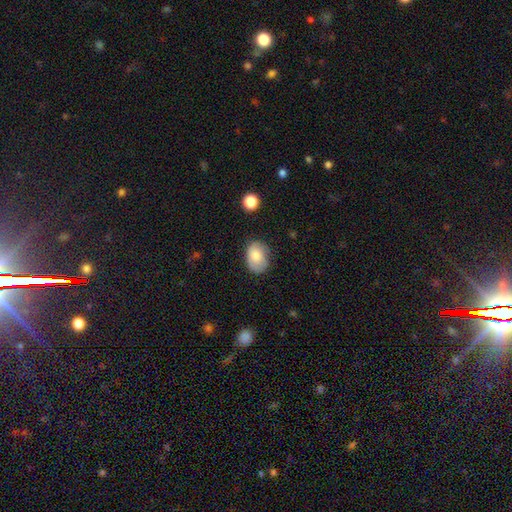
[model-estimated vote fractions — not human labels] Smooth or featured: smooth — 76% (featured or disk — 16%)
How rounded: in between — 76% (round — 23%)
Merging: none — 67% (minor disturbance — 25%)